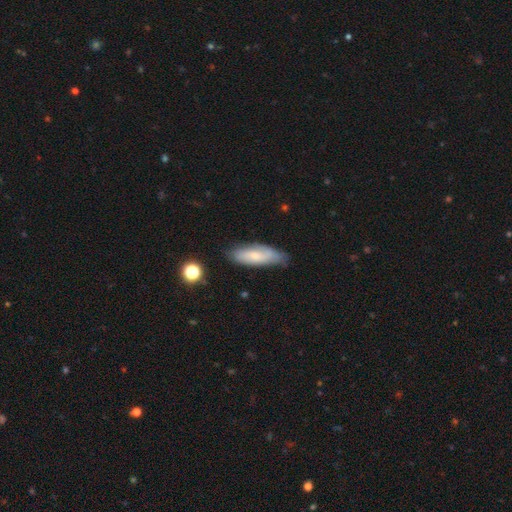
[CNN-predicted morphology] smooth_or_featured: smooth (p=0.62) [alt: featured or disk p=0.31]
how_rounded: in between (p=0.59) [alt: cigar-shaped p=0.39]
merging: none (p=0.71) [alt: minor disturbance p=0.23]